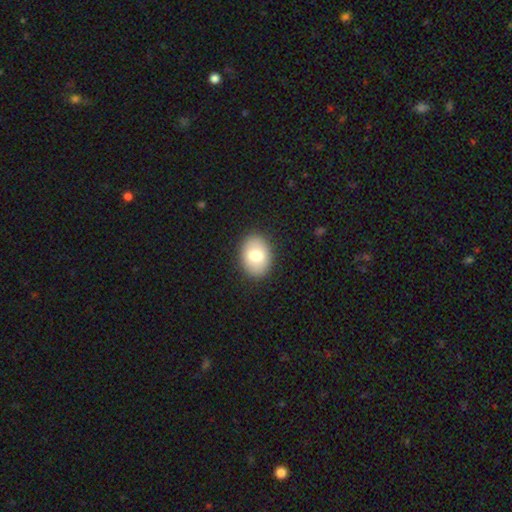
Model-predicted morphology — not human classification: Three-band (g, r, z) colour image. It shows a smooth galaxy with no disk features (76%) that is in between round and cigar-shaped (71%). Merging: none (89%).